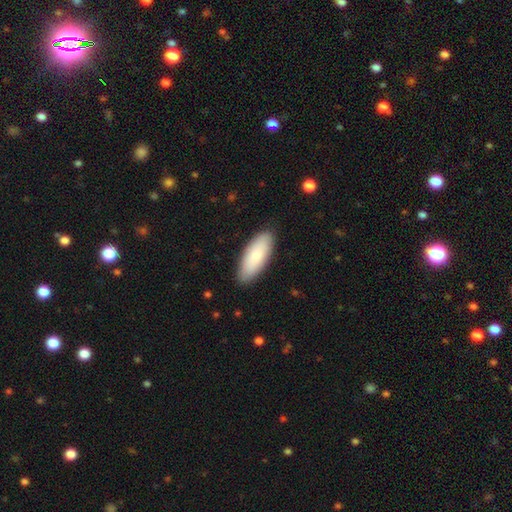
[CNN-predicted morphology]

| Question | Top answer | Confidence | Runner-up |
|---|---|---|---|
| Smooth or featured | smooth | 82% | featured or disk (12%) |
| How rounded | in between | 75% | cigar-shaped (23%) |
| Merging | none | 87% | minor disturbance (10%) |